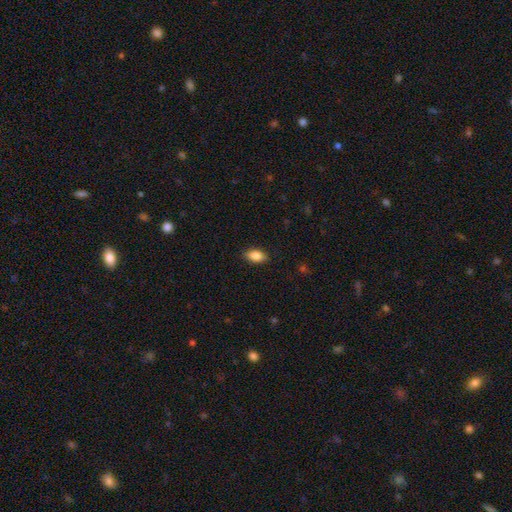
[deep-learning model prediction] The model was most divided on "merging": none: 87%, minor disturbance: 10%, major disturbance: 2%, merger: 1%. More confident: how rounded — in between (90%); smooth or featured — smooth (85%).